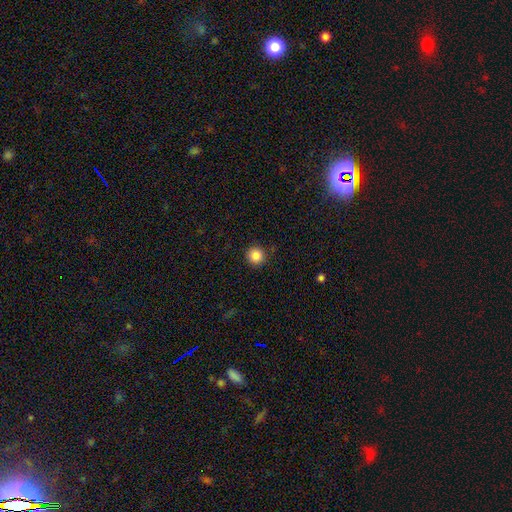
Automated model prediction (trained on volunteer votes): A smooth galaxy with no disk features (86%) that is round (95%).

Vote fractions:
- Smooth or featured? smooth: 86% / star or artifact: 10% / featured or disk: 4%
- How rounded? round: 95% / in between: 4% / cigar-shaped: 1%
- Merging? none: 91% / minor disturbance: 6% / major disturbance: 2% / merger: 1%